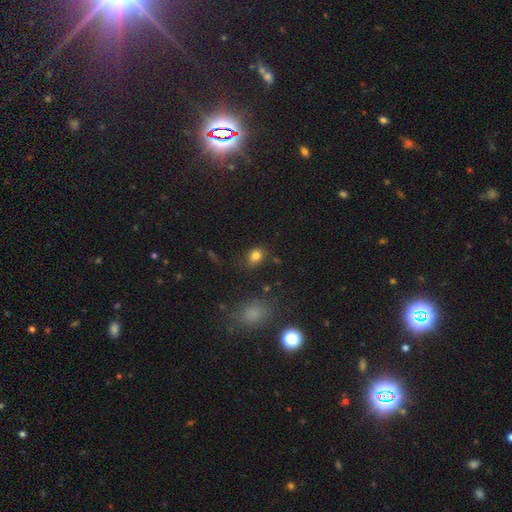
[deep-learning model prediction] smooth-or-featured: smooth: 81% | star or artifact: 13% | featured or disk: 6%
  how-rounded: in between: 55% | round: 43% | cigar-shaped: 1%
  merging: none: 73% | minor disturbance: 18% | major disturbance: 5% | merger: 4%